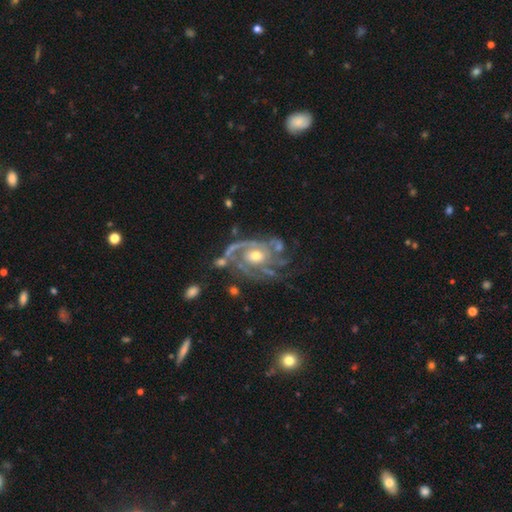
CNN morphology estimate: A featured or disk galaxy (90%) with no bar (77%), 3 (27%) tight (52%) spiral arms (95%) and a moderate central bulge (65%).

Vote fractions:
- Smooth or featured? featured or disk: 90% / star or artifact: 5% / smooth: 5%
- Edge-on disk? no: 97% / yes: 3%
- Bar? no: 77% / weak: 18% / strong: 5%
- Spiral arms? yes: 95% / no: 5%
- Spiral winding? tight: 52% / medium: 38% / loose: 11%
- Spiral arm count? 3: 27% / 2: 26% / can't tell: 21% / 4: 10% / 1: 9% / more than 4: 7%
- Bulge size? moderate: 65% / small: 27% / large: 5% / none: 1% / dominant: 1%
- Merging? none: 54% / minor disturbance: 21% / major disturbance: 19% / merger: 6%